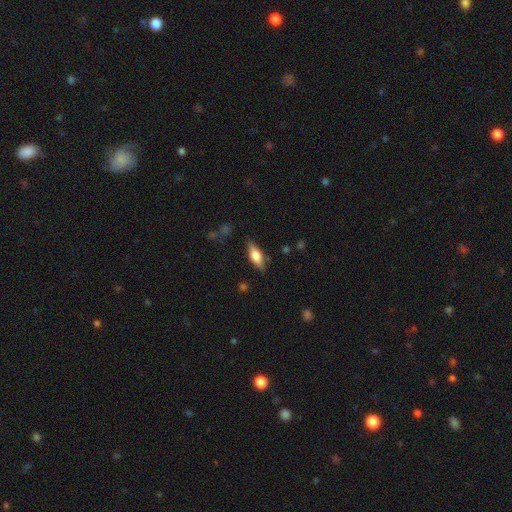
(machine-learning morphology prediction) Q: Smooth or featured?
A: smooth (63%); runner-up: featured or disk (31%)
Q: How rounded?
A: in between (66%); runner-up: cigar-shaped (31%)
Q: Merging?
A: none (80%); runner-up: minor disturbance (15%)